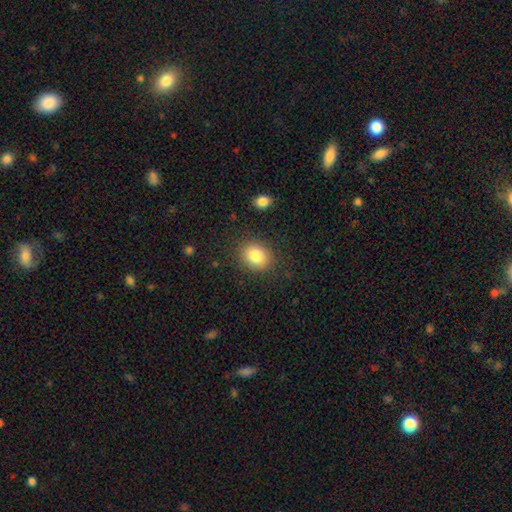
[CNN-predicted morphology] type=smooth (84%); roundness=round (58%); merging=none (85%).